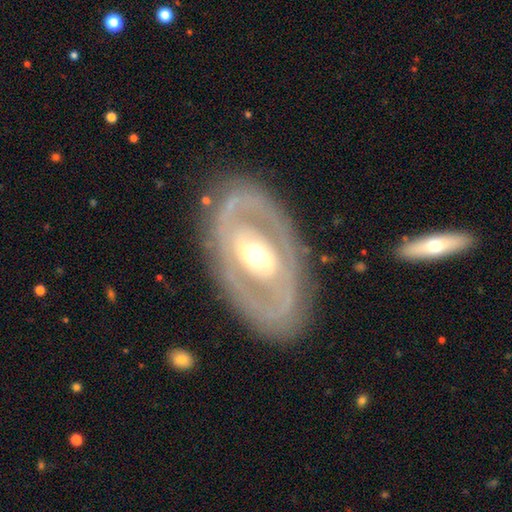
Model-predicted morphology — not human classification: Smooth or featured? Predicted: featured or disk (p=0.77). Edge-on disk? Predicted: no (p=0.92). Bar? Predicted: no (p=0.44). Spiral arms? Predicted: no (p=0.57). Bulge size? Predicted: moderate (p=0.67). Merging? Predicted: none (p=0.80).